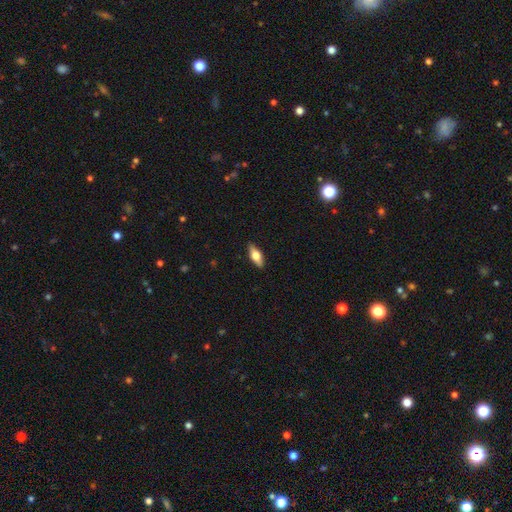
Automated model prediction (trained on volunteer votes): Smooth or featured: smooth — 49% (featured or disk — 45%)
Merging: none — 89% (minor disturbance — 8%)